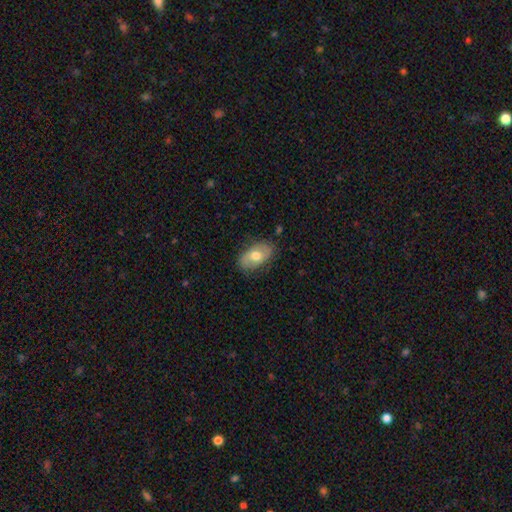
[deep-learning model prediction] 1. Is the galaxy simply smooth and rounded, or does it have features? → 56% smooth, 38% featured or disk, 6% star or artifact.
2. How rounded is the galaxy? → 90% in between, 7% round, 2% cigar-shaped.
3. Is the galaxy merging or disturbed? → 79% none, 16% minor disturbance, 4% major disturbance, 1% merger.